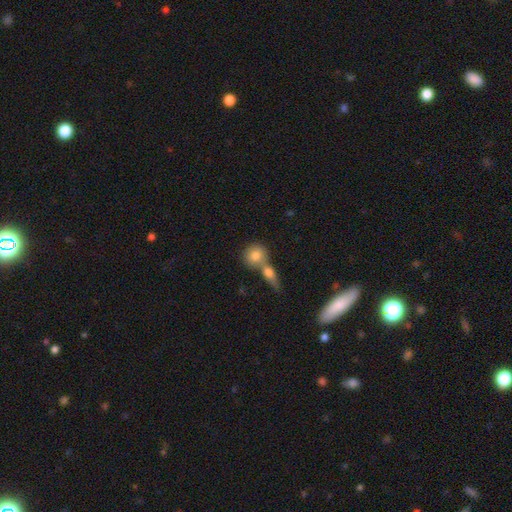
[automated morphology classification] The model was most divided on "merging": merger: 53%, none: 36%, minor disturbance: 8%, major disturbance: 3%. More confident: smooth or featured — smooth (79%); how rounded — round (74%).